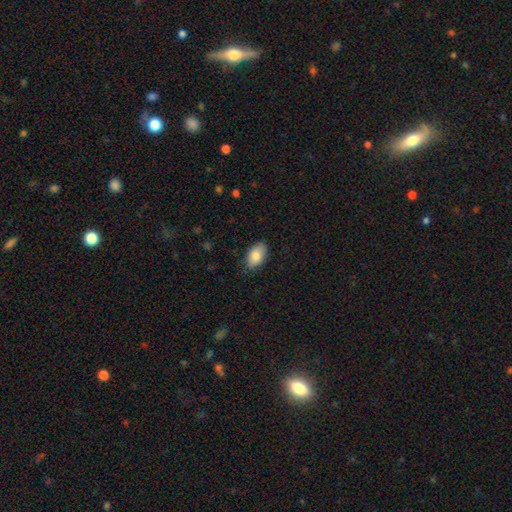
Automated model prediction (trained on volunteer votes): A smooth galaxy with no disk features (83%) that is in between round and cigar-shaped (93%).

Vote fractions:
- Smooth or featured? smooth: 83% / featured or disk: 10% / star or artifact: 7%
- How rounded? in between: 93% / round: 5% / cigar-shaped: 2%
- Merging? none: 83% / minor disturbance: 14% / major disturbance: 2% / merger: 1%